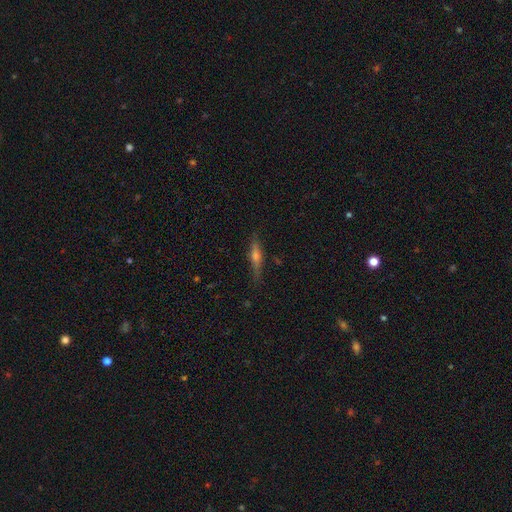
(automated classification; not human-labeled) featured or disk 65%, smooth 26%, star or artifact 8%. Down the decision tree: edge-on disk — yes (96%); edge-on bulge — rounded (86%); merging — none (85%).